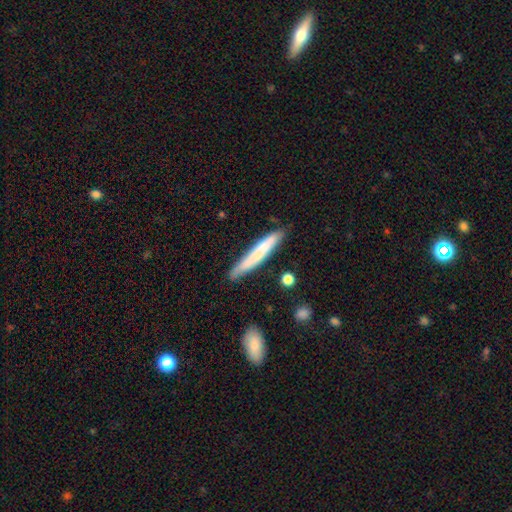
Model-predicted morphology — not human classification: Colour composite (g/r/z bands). It shows a smooth galaxy with no disk features (65%) that is cigar-shaped (94%). Merging: none (78%).